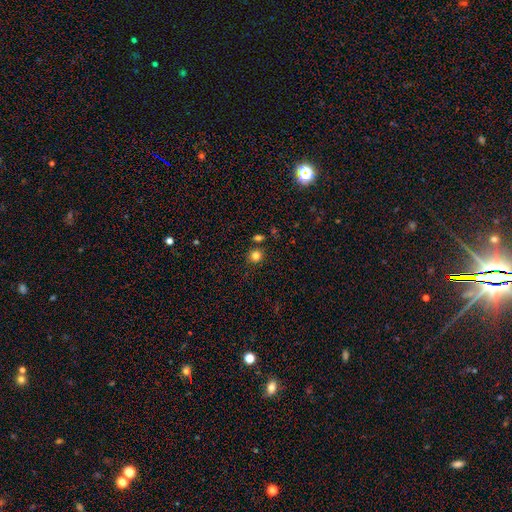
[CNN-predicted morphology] Overall: smooth (82%). How rounded: round (91%). Merging: none (84%).